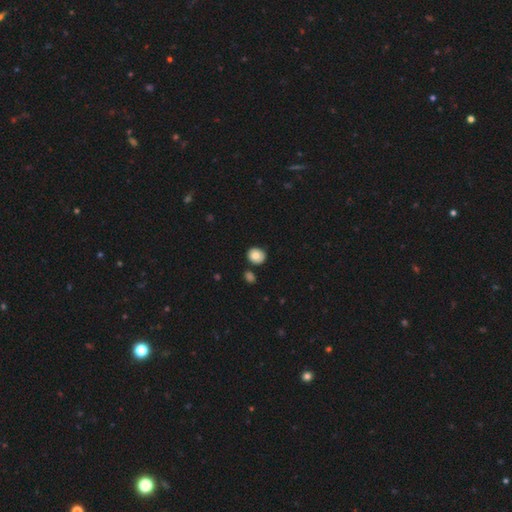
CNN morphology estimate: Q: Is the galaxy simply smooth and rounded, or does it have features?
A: smooth — 77%.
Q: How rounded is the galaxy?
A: round — 78%.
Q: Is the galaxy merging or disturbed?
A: none — 83%.